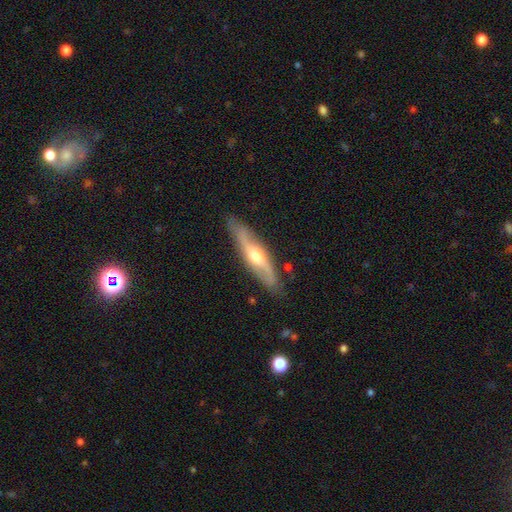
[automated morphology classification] Smooth or featured? Predicted: featured or disk (p=0.69). Edge-on disk? Predicted: yes (p=0.57). Merging? Predicted: none (p=0.81).